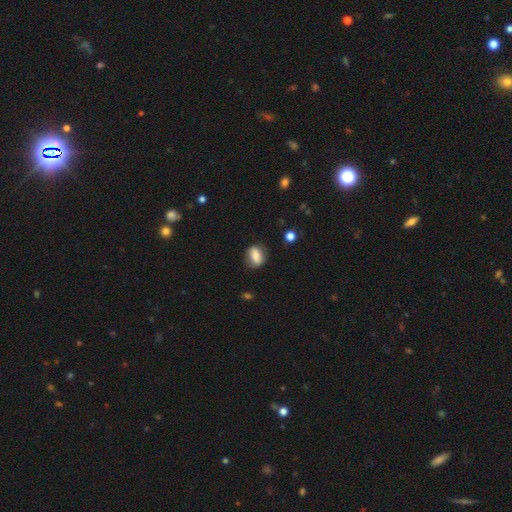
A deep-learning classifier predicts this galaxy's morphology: A smooth galaxy with no disk features (70%) that is in between round and cigar-shaped (66%).

Vote fractions:
- Smooth or featured? smooth: 70% / featured or disk: 22% / star or artifact: 8%
- How rounded? in between: 66% / round: 28% / cigar-shaped: 6%
- Merging? none: 78% / minor disturbance: 16% / major disturbance: 5% / merger: 2%